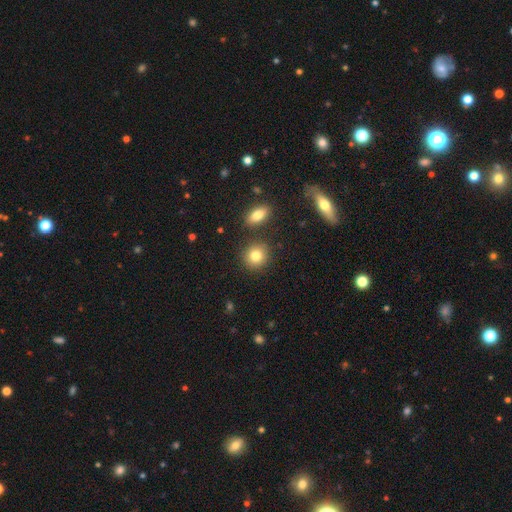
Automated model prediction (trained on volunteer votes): Smooth or featured?
  - smooth: 82% *
  - star or artifact: 9%
  - featured or disk: 8%
How rounded?
  - round: 82% *
  - in between: 17%
  - cigar-shaped: 1%
Merging?
  - none: 83% *
  - minor disturbance: 8%
  - merger: 6%
  - major disturbance: 3%